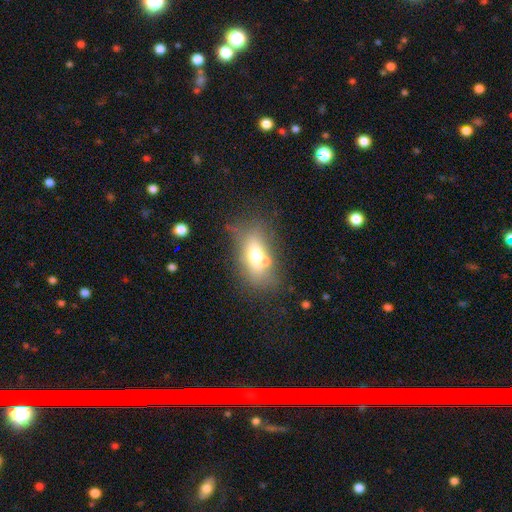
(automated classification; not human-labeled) This is possibly a smooth galaxy (59%). How rounded: likely in between (77%). Merging: possibly none (49%).